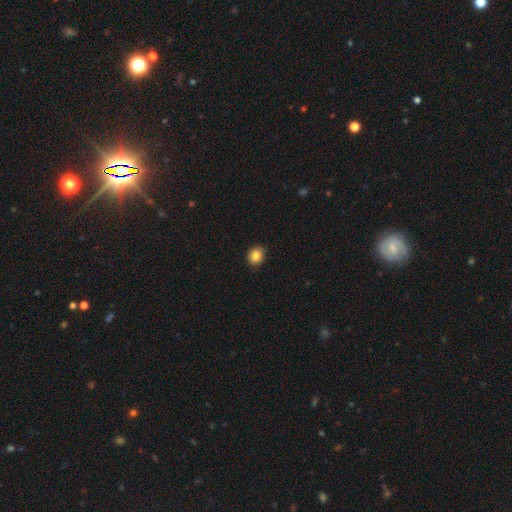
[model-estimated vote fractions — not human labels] smooth_or_featured: smooth (p=0.85) [alt: star or artifact p=0.10]
how_rounded: round (p=0.68) [alt: in between p=0.31]
merging: none (p=0.88) [alt: minor disturbance p=0.10]